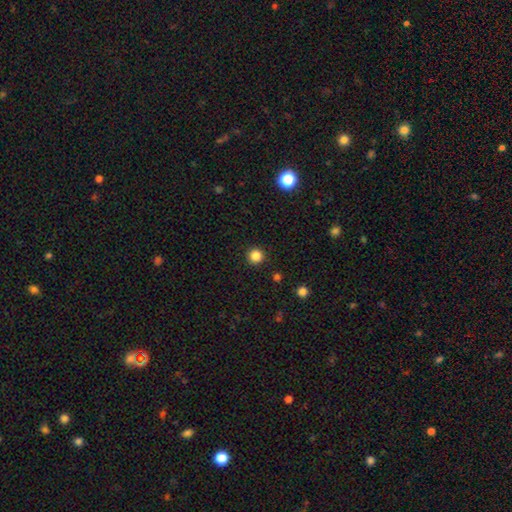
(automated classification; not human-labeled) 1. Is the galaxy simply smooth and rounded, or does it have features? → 84% smooth, 12% star or artifact, 3% featured or disk.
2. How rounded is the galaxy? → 96% round, 3% in between, 1% cigar-shaped.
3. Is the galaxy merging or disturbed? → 93% none, 4% minor disturbance, 2% major disturbance, 1% merger.